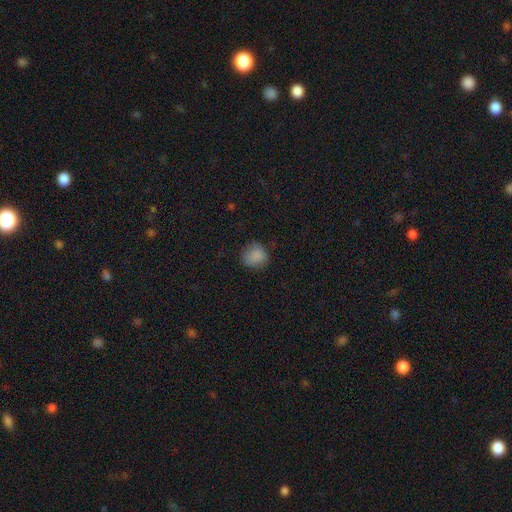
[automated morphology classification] Smooth or featured?
  - smooth: 85% *
  - star or artifact: 10%
  - featured or disk: 5%
How rounded?
  - round: 80% *
  - in between: 19%
  - cigar-shaped: 1%
Merging?
  - none: 74% *
  - minor disturbance: 20%
  - major disturbance: 5%
  - merger: 1%